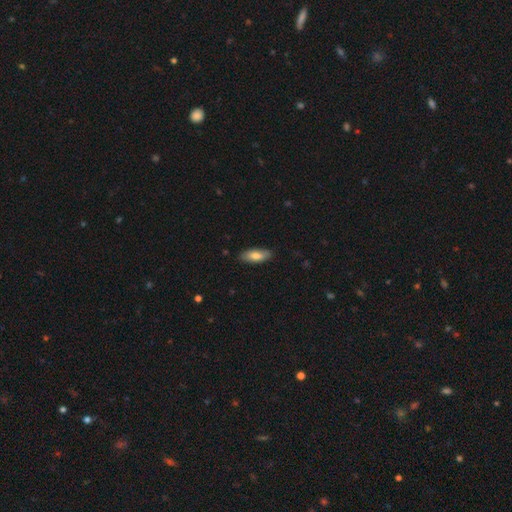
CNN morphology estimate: Smooth or featured? Predicted: smooth (p=0.77). How rounded? Predicted: in between (p=0.78). Merging? Predicted: none (p=0.84).